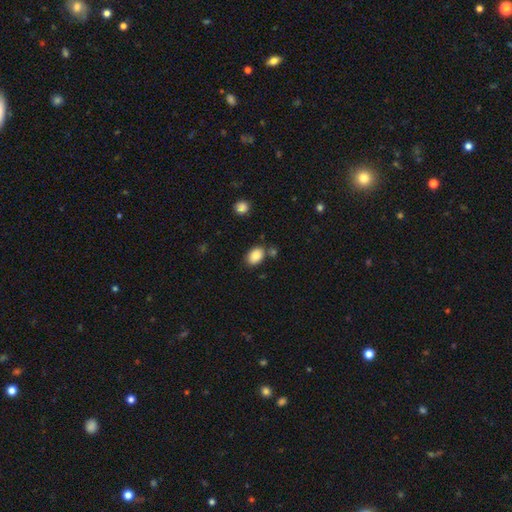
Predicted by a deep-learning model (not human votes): A smooth galaxy with no disk features (86%) that is in between round and cigar-shaped (83%). Merging: none (73%).